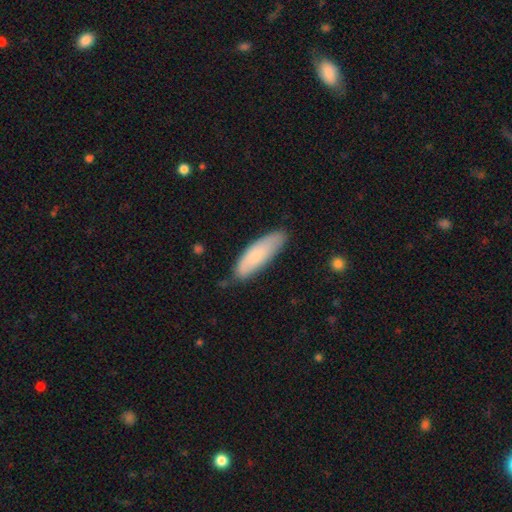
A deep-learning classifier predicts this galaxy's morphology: This appears to be a smooth galaxy with no disk features (80%) that is in between round and cigar-shaped (51%). Merging: none (73%).